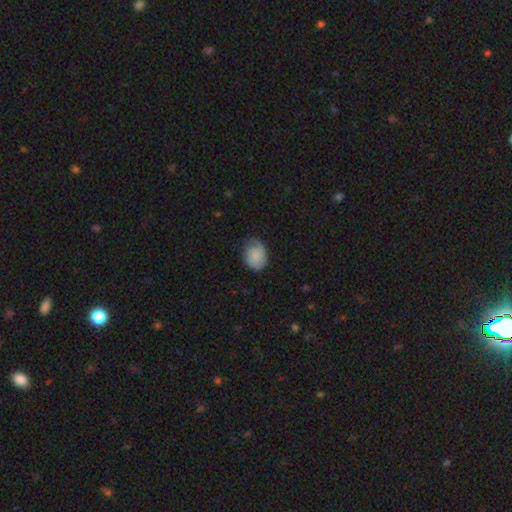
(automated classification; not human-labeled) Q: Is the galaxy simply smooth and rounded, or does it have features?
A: smooth — 80%.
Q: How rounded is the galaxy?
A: in between — 56%.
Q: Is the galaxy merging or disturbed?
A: none — 59%.